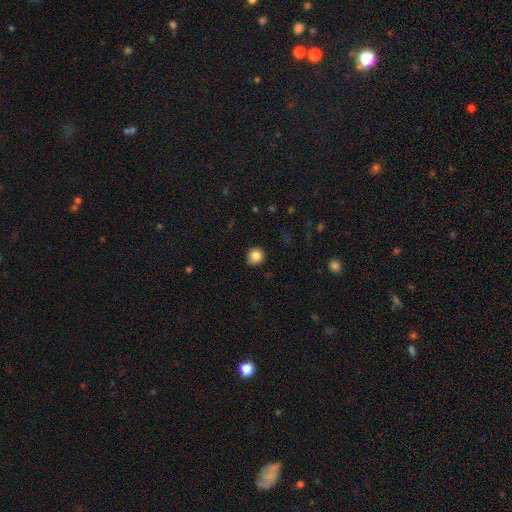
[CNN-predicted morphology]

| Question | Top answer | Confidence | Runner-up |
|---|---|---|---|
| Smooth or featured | smooth | 83% | star or artifact (10%) |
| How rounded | round | 89% | in between (10%) |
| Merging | none | 85% | minor disturbance (12%) |